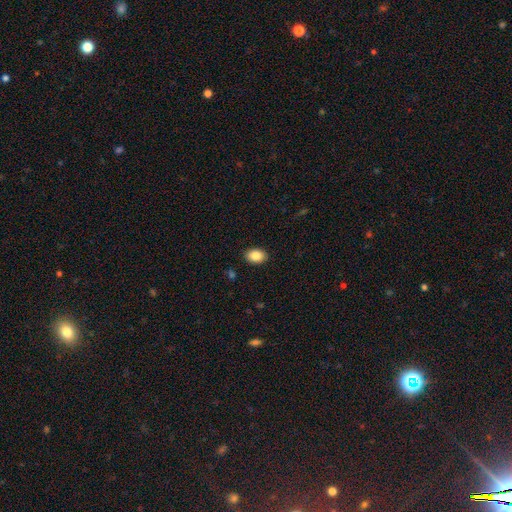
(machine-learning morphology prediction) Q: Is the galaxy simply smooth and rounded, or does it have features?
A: smooth — 86%.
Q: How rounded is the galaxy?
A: in between — 77%.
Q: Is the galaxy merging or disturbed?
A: none — 89%.